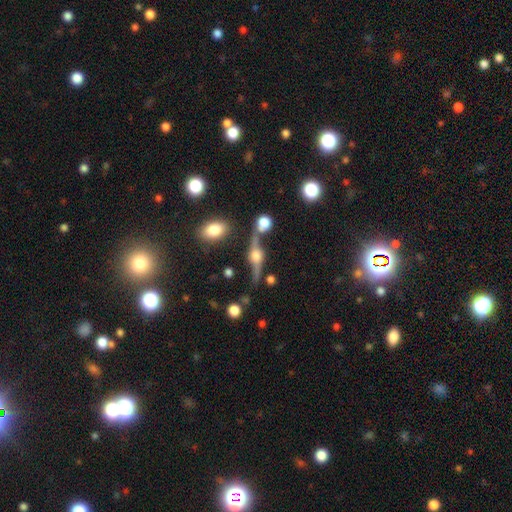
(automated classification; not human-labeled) Q: Smooth or featured?
A: featured or disk (83%); runner-up: smooth (10%)
Q: Edge-on disk?
A: yes (76%); runner-up: no (24%)
Q: Edge-on bulge?
A: rounded (95%); runner-up: boxy (3%)
Q: Merging?
A: none (65%); runner-up: minor disturbance (17%)